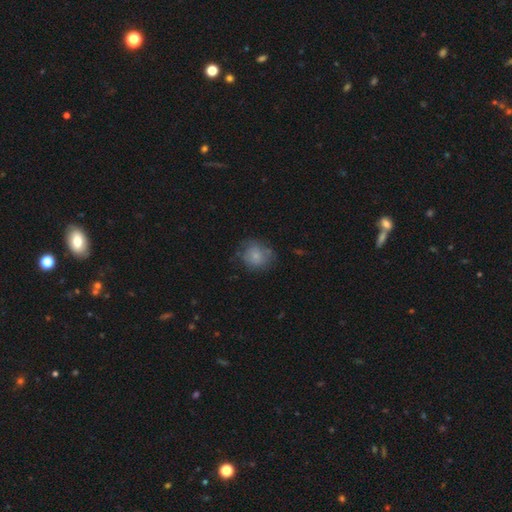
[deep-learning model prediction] Smooth or featured? Predicted: smooth (p=0.72). How rounded? Predicted: round (p=0.79). Merging? Predicted: none (p=0.62).